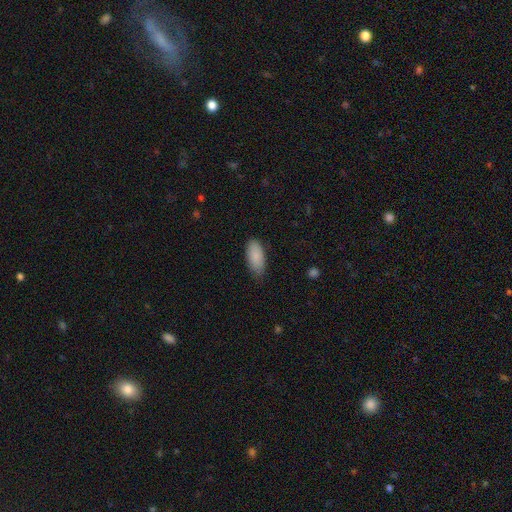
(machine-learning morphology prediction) Q: Smooth or featured?
A: smooth (89%); runner-up: star or artifact (6%)
Q: How rounded?
A: in between (89%); runner-up: cigar-shaped (9%)
Q: Merging?
A: none (78%); runner-up: minor disturbance (18%)